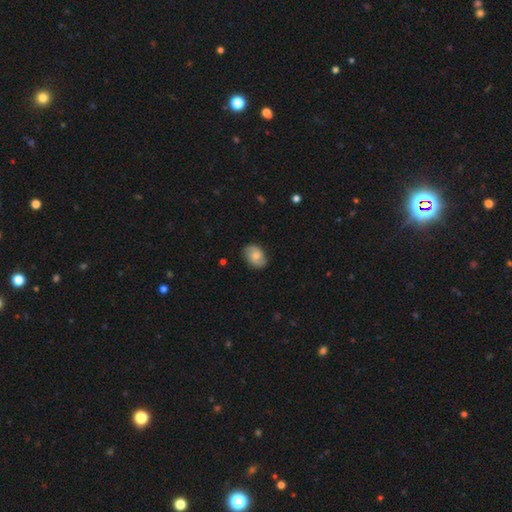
This appears to be a smooth galaxy with no disk features (64%) that is in between round and cigar-shaped (76%). Merging: none (83%).